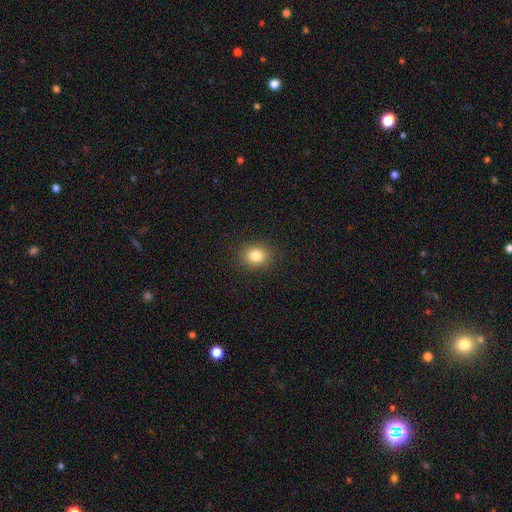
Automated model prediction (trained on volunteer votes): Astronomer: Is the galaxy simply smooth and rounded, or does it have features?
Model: smooth — 83%.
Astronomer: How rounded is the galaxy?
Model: round — 60% (runner-up: in between, 39%).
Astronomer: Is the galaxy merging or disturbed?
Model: none — 89%.